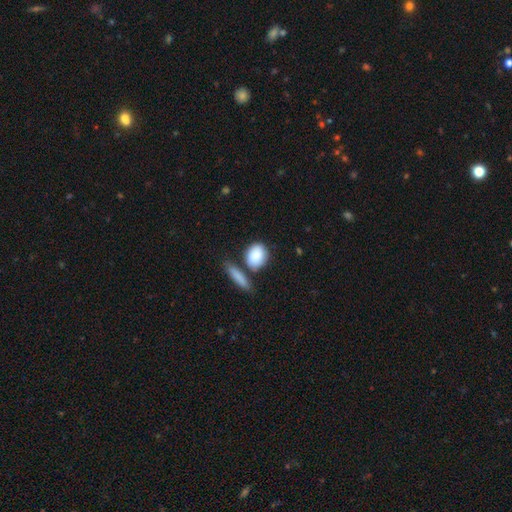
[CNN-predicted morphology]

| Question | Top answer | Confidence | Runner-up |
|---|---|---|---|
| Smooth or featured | smooth | 87% | featured or disk (7%) |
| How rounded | in between | 53% | round (42%) |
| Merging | none | 61% | merger (18%) |